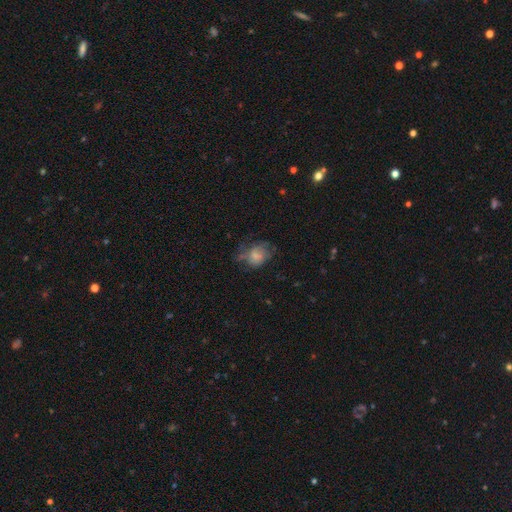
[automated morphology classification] Smooth or featured? Predicted: smooth (p=0.63). How rounded? Predicted: in between (p=0.56). Merging? Predicted: none (p=0.40).